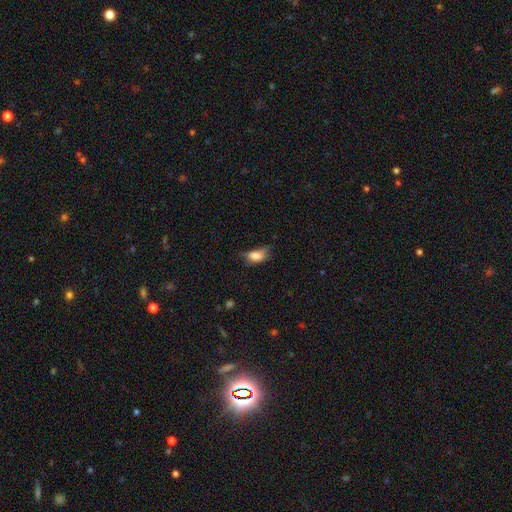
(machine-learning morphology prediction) This is likely a smooth galaxy (77%). How rounded: clearly in between (87%). Merging: marginally minor disturbance (38%).